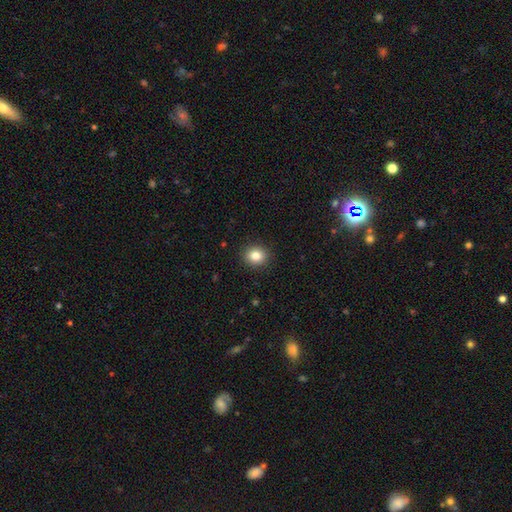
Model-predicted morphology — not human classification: smooth-or-featured: smooth: 83% | star or artifact: 11% | featured or disk: 7%
  how-rounded: round: 79% | in between: 20% | cigar-shaped: 1%
  merging: none: 91% | minor disturbance: 6% | major disturbance: 2% | merger: 1%